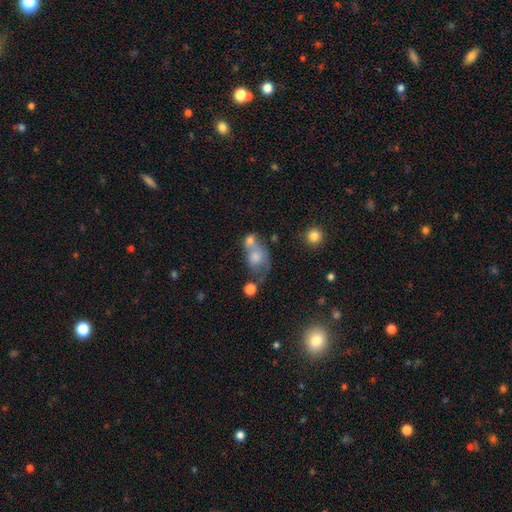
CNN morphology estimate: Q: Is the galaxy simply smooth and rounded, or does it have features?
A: smooth — 62%.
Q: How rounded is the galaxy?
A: in between — 67%.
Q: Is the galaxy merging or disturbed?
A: merger — 48%.